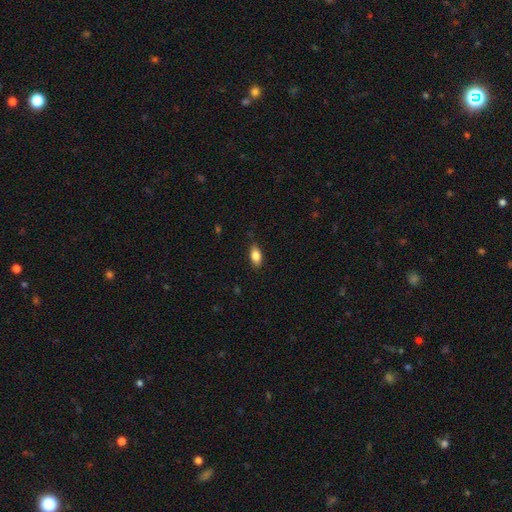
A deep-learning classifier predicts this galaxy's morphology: smooth 81%, featured or disk 11%, star or artifact 8%. Down the decision tree: how rounded — in between (87%); merging — none (83%).